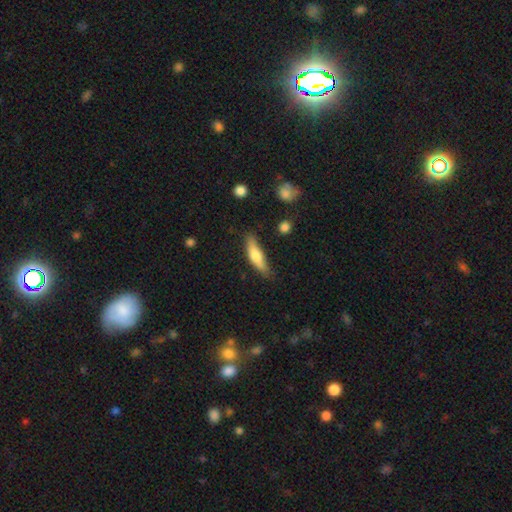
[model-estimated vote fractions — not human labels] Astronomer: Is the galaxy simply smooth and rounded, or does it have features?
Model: smooth — 66%.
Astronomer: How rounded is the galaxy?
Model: cigar-shaped — 64%.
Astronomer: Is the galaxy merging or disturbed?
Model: none — 70%.